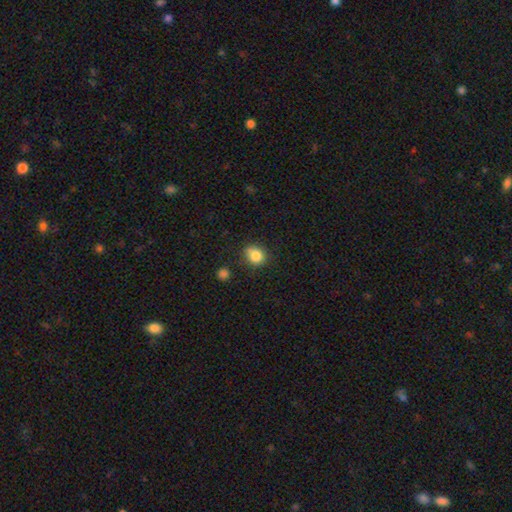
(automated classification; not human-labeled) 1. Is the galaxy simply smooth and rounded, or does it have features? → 84% smooth, 10% star or artifact, 6% featured or disk.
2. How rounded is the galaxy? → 65% round, 34% in between, 1% cigar-shaped.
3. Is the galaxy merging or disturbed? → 76% none, 17% minor disturbance, 4% major disturbance, 3% merger.